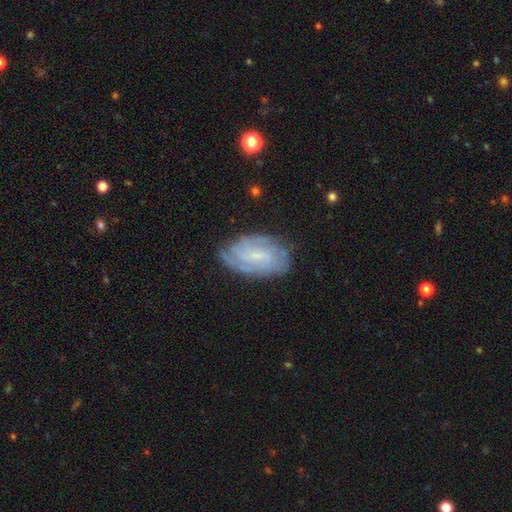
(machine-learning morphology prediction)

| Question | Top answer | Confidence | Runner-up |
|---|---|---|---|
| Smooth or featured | featured or disk | 72% | smooth (21%) |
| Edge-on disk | no | 96% | yes (4%) |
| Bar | weak | 52% | no (35%) |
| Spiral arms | yes | 90% | no (10%) |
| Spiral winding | tight | 55% | medium (34%) |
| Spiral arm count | can't tell | 41% | 2 (26%) |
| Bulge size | small | 62% | none (21%) |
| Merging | none | 73% | minor disturbance (19%) |